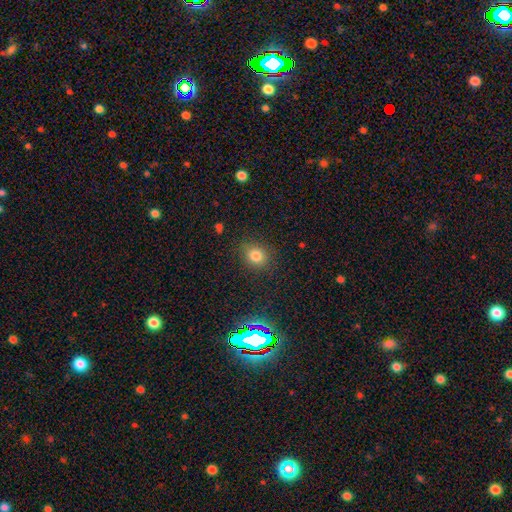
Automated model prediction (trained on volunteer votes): Morphology: type=smooth (78%); roundness=round (70%); merging=none (86%).